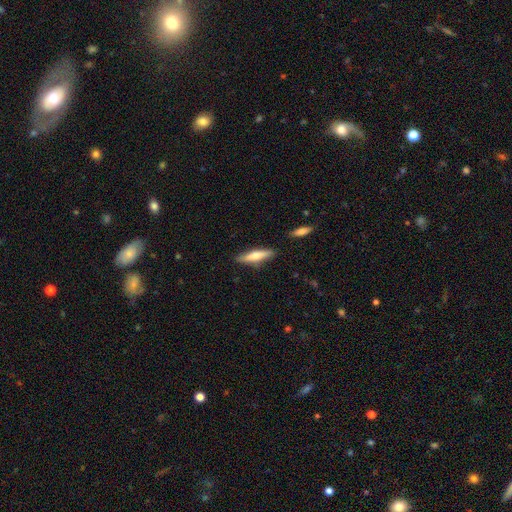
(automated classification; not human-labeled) This appears to be a smooth galaxy with no disk features (61%) that is cigar-shaped (78%). Merging: none (85%).